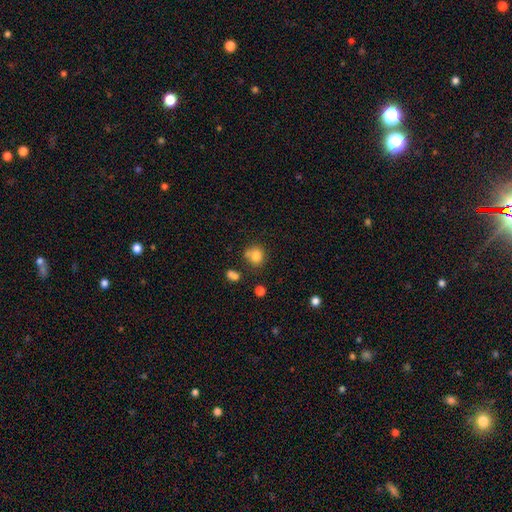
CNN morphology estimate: The model was most divided on "merging": none: 61%, minor disturbance: 17%, merger: 16%, major disturbance: 6%. More confident: smooth or featured — smooth (81%); how rounded — round (79%).